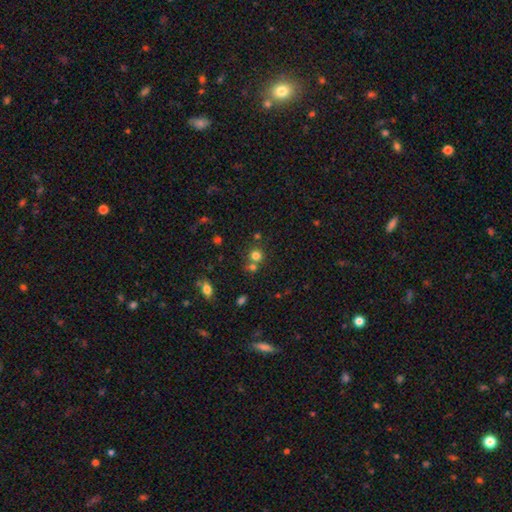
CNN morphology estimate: A smooth galaxy with no disk features (75%) that is round (87%). Merging: none (62%).